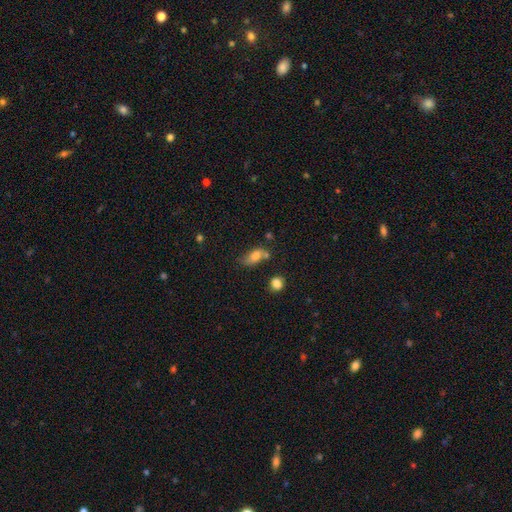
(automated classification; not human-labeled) This is likely a smooth galaxy (72%). How rounded: clearly in between (80%). Merging: possibly none (48%).